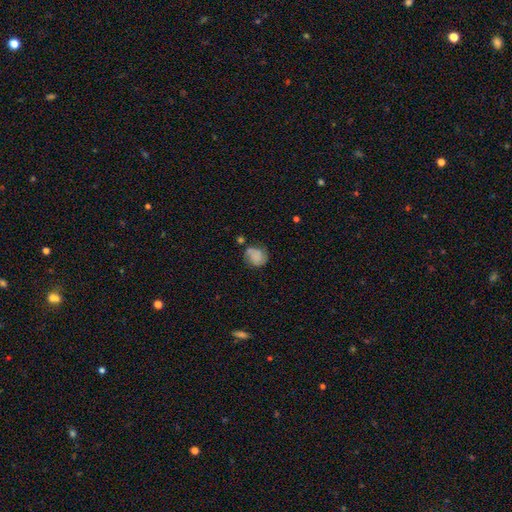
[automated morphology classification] This is possibly a smooth galaxy (52%). How rounded: likely round (60%). Merging: possibly none (55%).